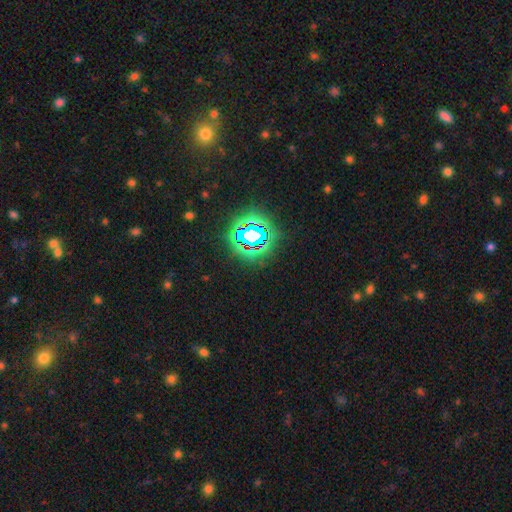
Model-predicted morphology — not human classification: A star or artifact, not a galaxy (80%).